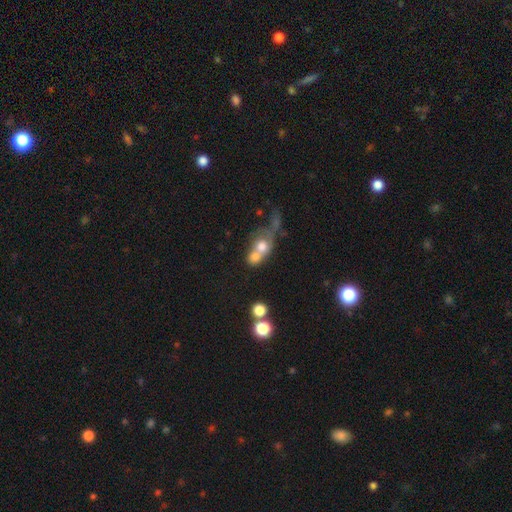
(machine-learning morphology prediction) Smooth or featured? smooth (66%)
How rounded? round (64%)
Merging? merger (69%)